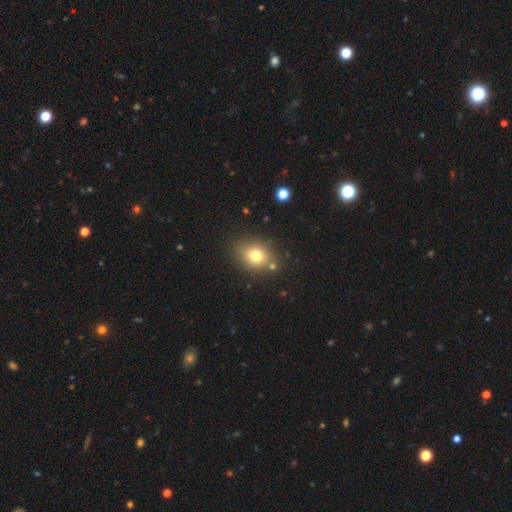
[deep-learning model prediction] The model was most divided on "how rounded": round: 51%, in between: 48%, cigar-shaped: 1%. More confident: merging — none (77%); smooth or featured — smooth (75%).